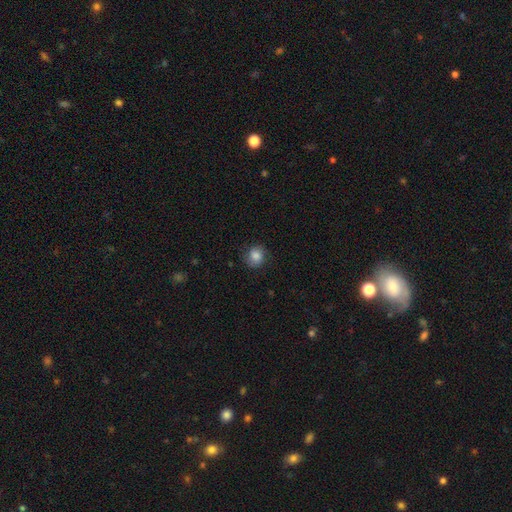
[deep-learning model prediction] Q: Smooth or featured?
A: smooth (80%); runner-up: featured or disk (11%)
Q: How rounded?
A: round (78%); runner-up: in between (21%)
Q: Merging?
A: none (78%); runner-up: minor disturbance (16%)